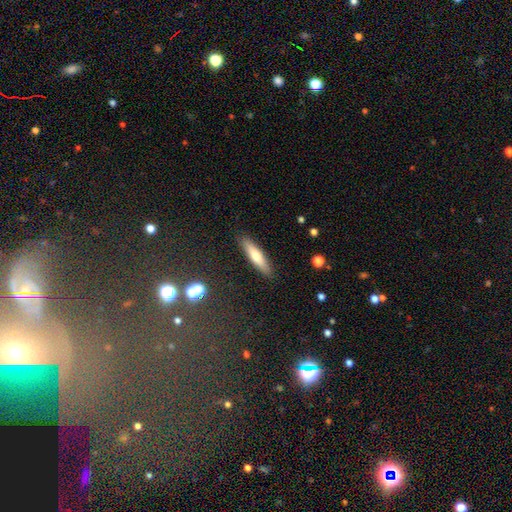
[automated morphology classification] smooth_or_featured: smooth (p=0.65) [alt: featured or disk p=0.28]
how_rounded: cigar-shaped (p=0.80) [alt: in between p=0.18]
merging: none (p=0.89) [alt: minor disturbance p=0.08]